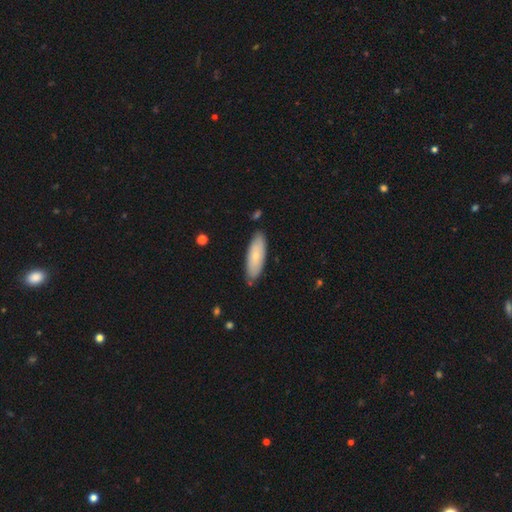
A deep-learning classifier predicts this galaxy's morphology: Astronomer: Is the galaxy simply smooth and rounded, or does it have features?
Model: smooth — 69%.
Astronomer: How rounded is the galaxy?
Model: in between — 62% (runner-up: cigar-shaped, 37%).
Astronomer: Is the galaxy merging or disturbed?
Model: none — 79%.